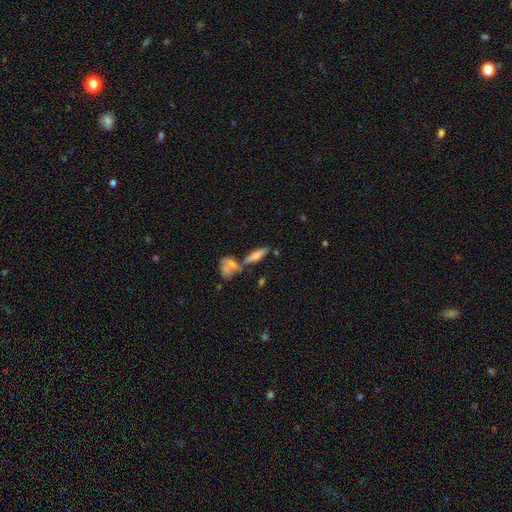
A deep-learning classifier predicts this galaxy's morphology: type=smooth (49%); merging=none (54%).